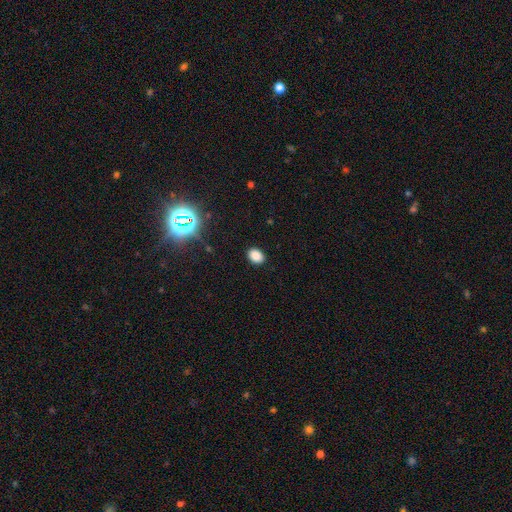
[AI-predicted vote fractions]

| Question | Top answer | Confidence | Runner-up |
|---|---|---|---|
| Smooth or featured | smooth | 83% | star or artifact (13%) |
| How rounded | in between | 73% | round (26%) |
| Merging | none | 89% | minor disturbance (7%) |